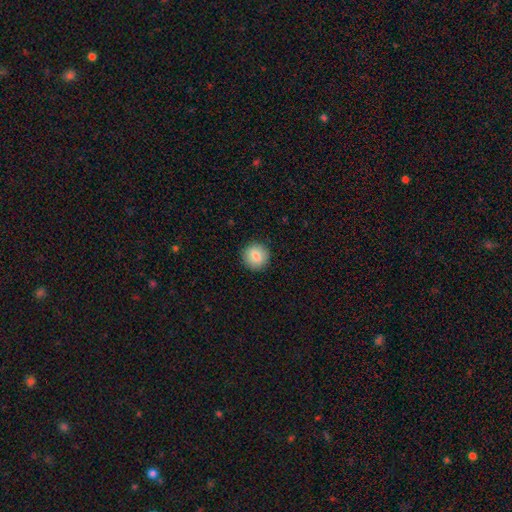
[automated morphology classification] smooth_or_featured: smooth (p=0.83) [alt: featured or disk p=0.09]
how_rounded: round (p=0.93) [alt: in between p=0.06]
merging: none (p=0.92) [alt: minor disturbance p=0.06]